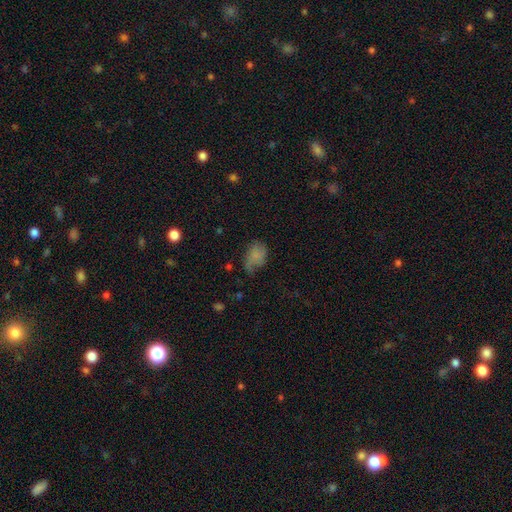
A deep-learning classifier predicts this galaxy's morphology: smooth 66%, featured or disk 22%, star or artifact 12%. Down the decision tree: how rounded — in between (82%); merging — none (40%).